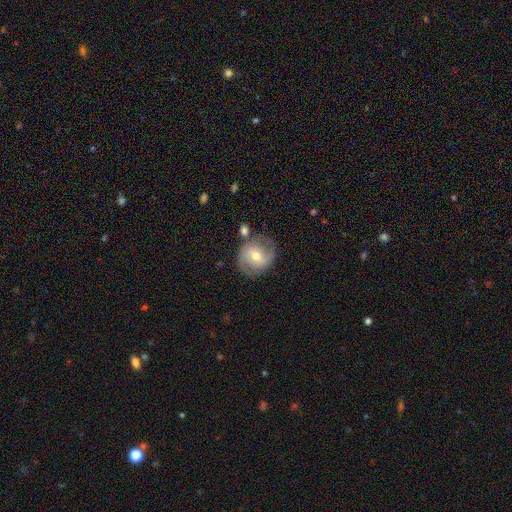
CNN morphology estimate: This is likely a featured or disk galaxy (66%). It is clearly not viewed edge-on (97%). Bar: possibly weak (46%). Spiral arm pattern: clearly yes (85%). Spiral arm count: clearly 2 (82%). Spiral winding: possibly medium (46%). Central bulge: likely moderate (66%). Merging: likely none (71%).